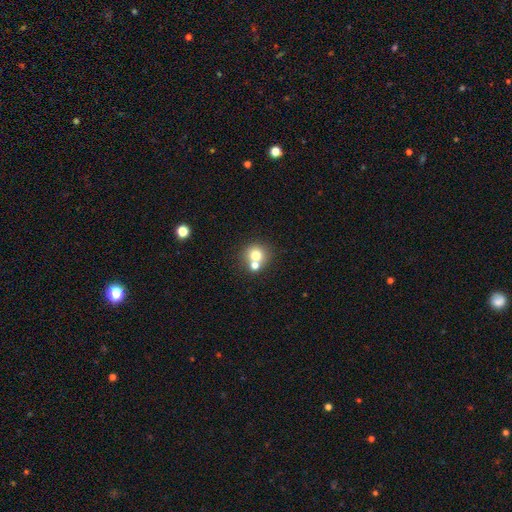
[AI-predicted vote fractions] Smooth or featured: smooth — 72% (featured or disk — 15%)
How rounded: round — 87% (in between — 12%)
Merging: none — 52% (merger — 38%)